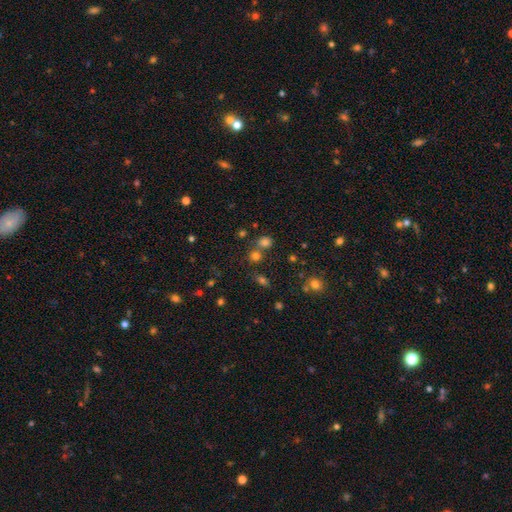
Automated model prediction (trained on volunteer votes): Smooth or featured? smooth (69%)
How rounded? round (72%)
Merging? none (63%)